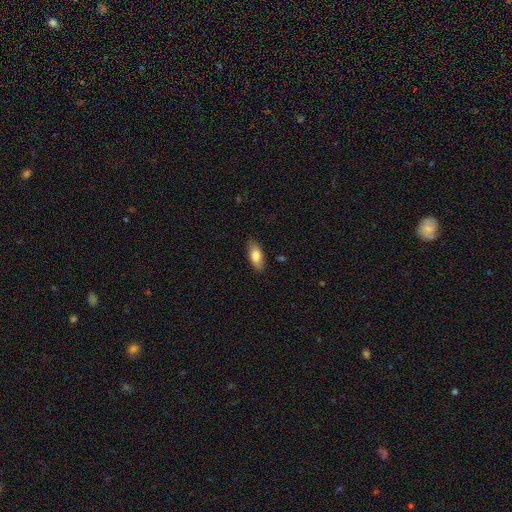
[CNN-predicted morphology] smooth 80%, featured or disk 14%, star or artifact 6%. Down the decision tree: how rounded — in between (86%); merging — none (84%).